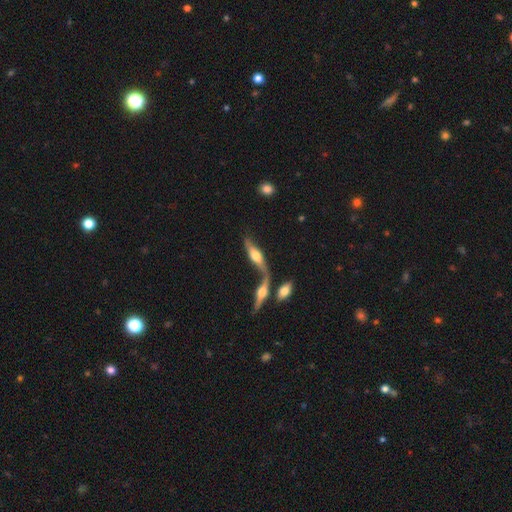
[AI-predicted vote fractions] This is possibly a featured or disk galaxy (60%). It is likely viewed edge-on (77%). Merging: marginally merger (43%).